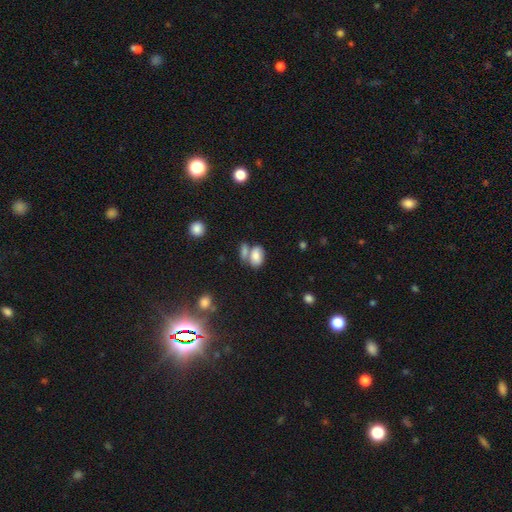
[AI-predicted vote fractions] A smooth galaxy with no disk features (78%) that is in between round and cigar-shaped (86%). Merging: merger (44%).